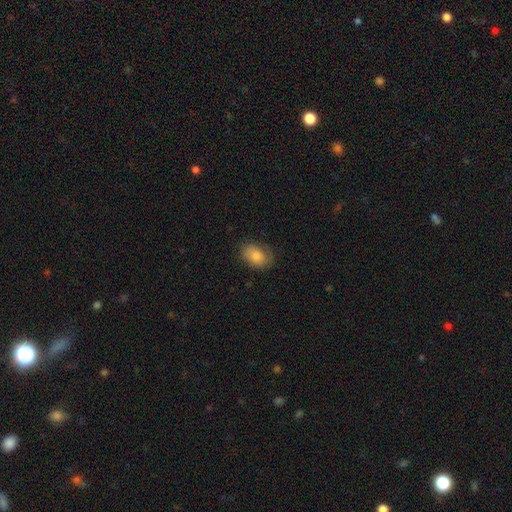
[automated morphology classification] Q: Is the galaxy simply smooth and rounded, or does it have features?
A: smooth — 78%.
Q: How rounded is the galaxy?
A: in between — 79%.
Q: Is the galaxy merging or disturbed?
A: none — 73%.